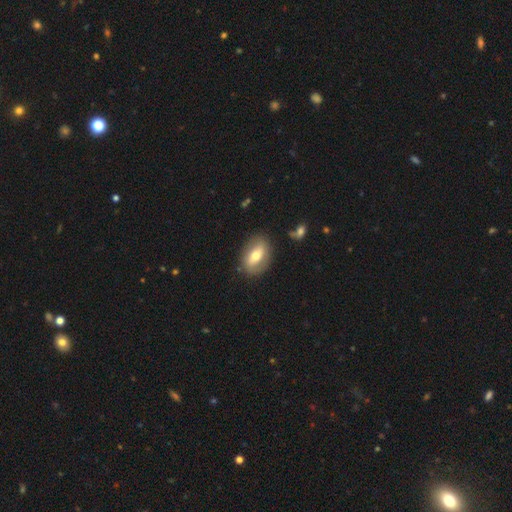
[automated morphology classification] smooth 53%, featured or disk 40%, star or artifact 7%. Down the decision tree: how rounded — in between (80%); merging — none (81%).